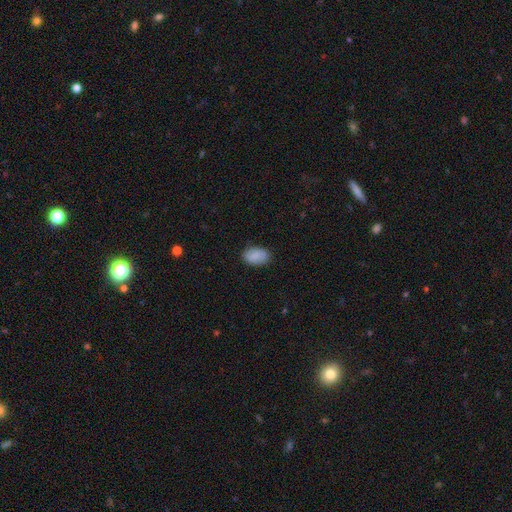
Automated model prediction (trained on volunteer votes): Smooth or featured?
  - smooth: 81% *
  - featured or disk: 11%
  - star or artifact: 7%
How rounded?
  - in between: 88% *
  - round: 10%
  - cigar-shaped: 1%
Merging?
  - none: 84% *
  - minor disturbance: 12%
  - major disturbance: 3%
  - merger: 1%